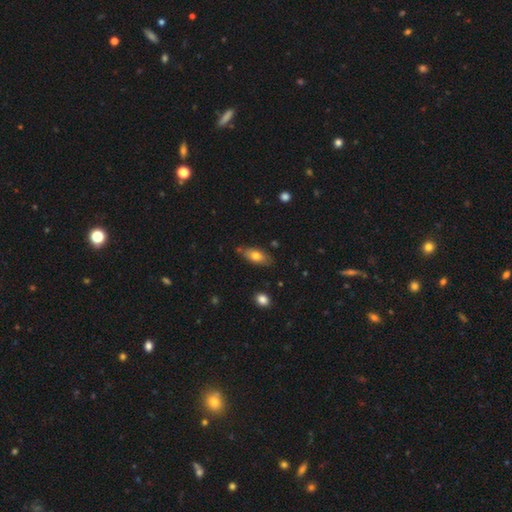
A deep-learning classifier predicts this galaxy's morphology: Smooth or featured? smooth (71%)
How rounded? in between (81%)
Merging? none (75%)